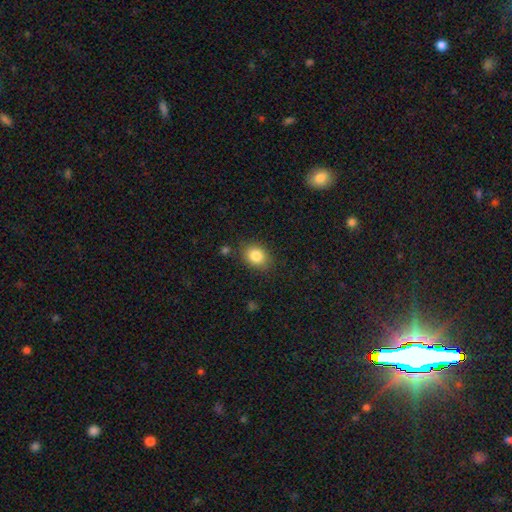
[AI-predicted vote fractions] smooth-or-featured: smooth: 85% | star or artifact: 9% | featured or disk: 6%
  how-rounded: in between: 52% | round: 47% | cigar-shaped: 1%
  merging: none: 83% | minor disturbance: 11% | major disturbance: 3% | merger: 2%